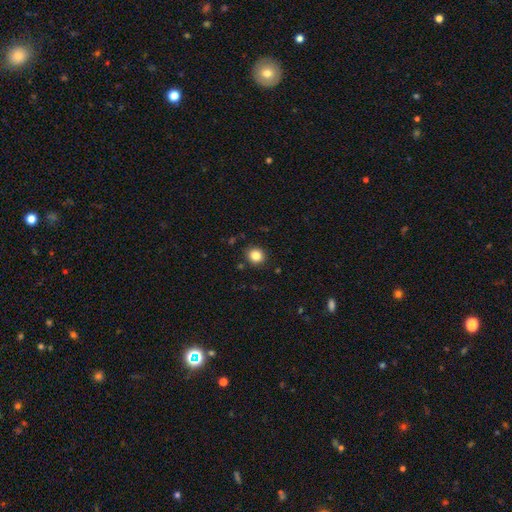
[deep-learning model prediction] This appears to be a smooth galaxy with no disk features (84%) that is round (85%). Merging: none (90%).